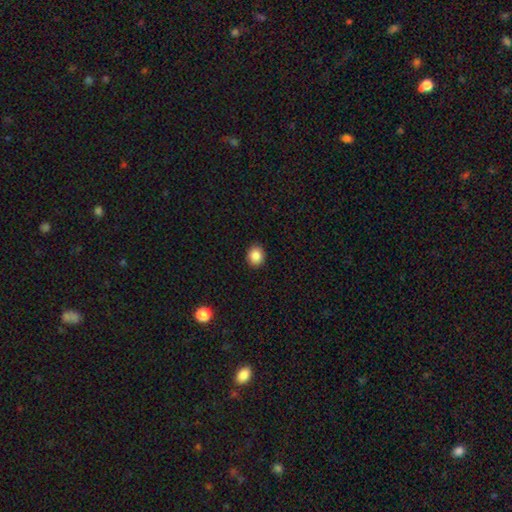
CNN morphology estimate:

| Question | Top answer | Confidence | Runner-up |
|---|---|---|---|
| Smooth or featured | smooth | 87% | star or artifact (9%) |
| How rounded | round | 68% | in between (31%) |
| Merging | none | 90% | minor disturbance (7%) |